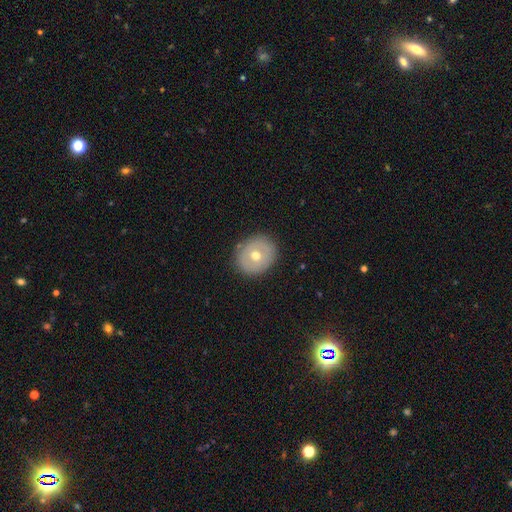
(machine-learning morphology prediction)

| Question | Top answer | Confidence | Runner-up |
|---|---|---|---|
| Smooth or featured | smooth | 53% | featured or disk (39%) |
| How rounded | round | 73% | in between (26%) |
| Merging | none | 86% | minor disturbance (10%) |